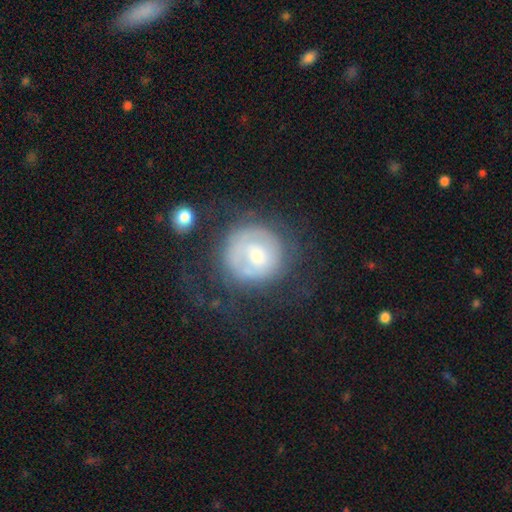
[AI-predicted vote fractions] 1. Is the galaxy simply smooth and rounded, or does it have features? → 51% featured or disk, 42% smooth, 8% star or artifact.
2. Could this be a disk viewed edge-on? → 97% no, 3% yes.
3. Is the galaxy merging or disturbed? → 52% none, 23% major disturbance, 20% minor disturbance, 4% merger.